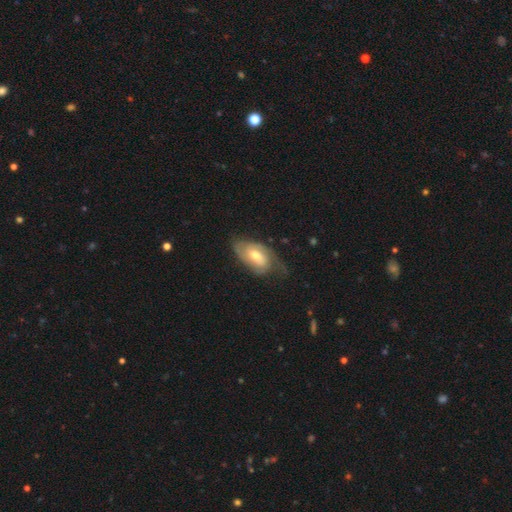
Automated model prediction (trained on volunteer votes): Morphology: type=featured or disk (68%); edge-on=no (94%); bar=no (49%); spiral arms=yes (87%); winding=tight (43%); arm count=2 (57%); bulge=moderate (65%); merging=none (55%).